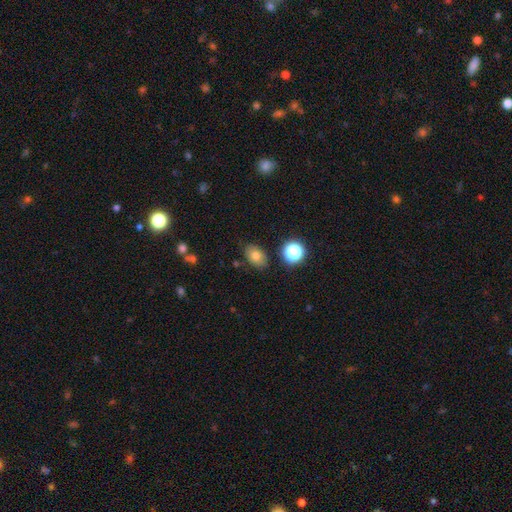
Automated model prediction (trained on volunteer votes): A smooth galaxy with no disk features (75%) that is in between round and cigar-shaped (79%). Merging: none (82%).